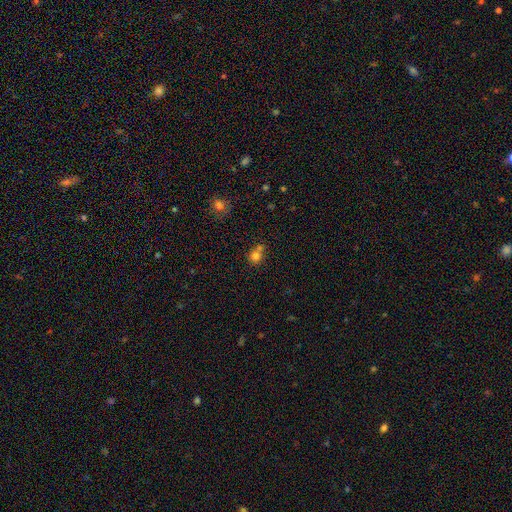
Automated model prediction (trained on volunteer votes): smooth-or-featured: smooth: 77% | star or artifact: 14% | featured or disk: 9%
  how-rounded: round: 83% | in between: 16% | cigar-shaped: 1%
  merging: none: 49% | merger: 37% | minor disturbance: 10% | major disturbance: 4%